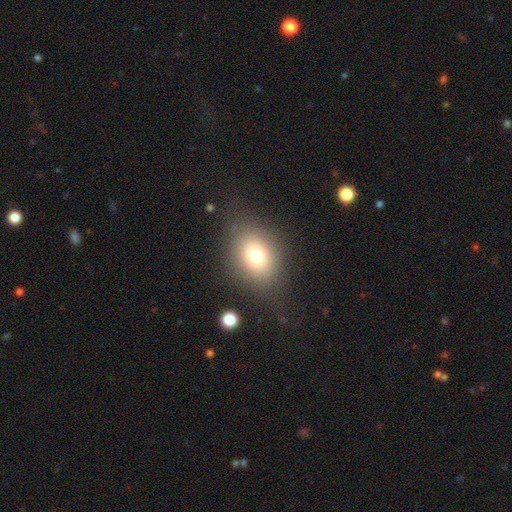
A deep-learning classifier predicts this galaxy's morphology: The model was most divided on "how rounded": in between: 59%, round: 40%, cigar-shaped: 1%. More confident: merging — none (78%); smooth or featured — smooth (72%).